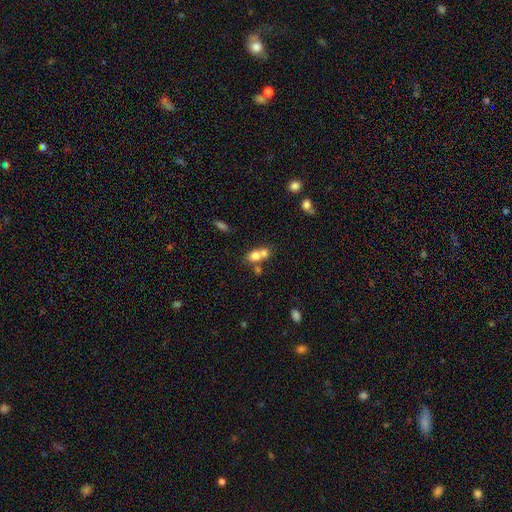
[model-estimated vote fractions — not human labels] A smooth galaxy with no disk features (72%) that is in between round and cigar-shaped (49%).

Vote fractions:
- Smooth or featured? smooth: 72% / featured or disk: 17% / star or artifact: 11%
- How rounded? in between: 49% / round: 48% / cigar-shaped: 3%
- Merging? merger: 62% / none: 27% / minor disturbance: 7% / major disturbance: 4%